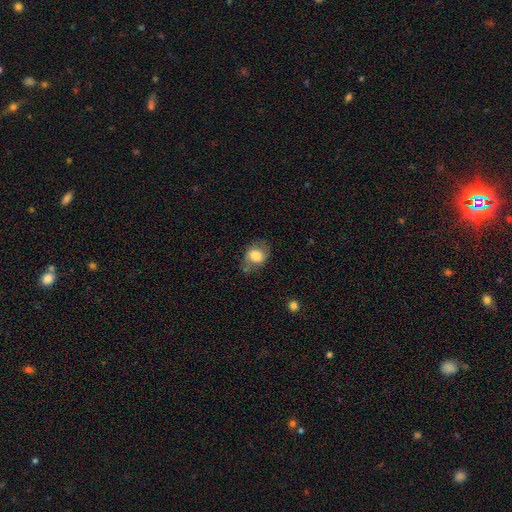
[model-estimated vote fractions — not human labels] A smooth galaxy with no disk features (76%) that is in between round and cigar-shaped (51%). Merging: none (57%).